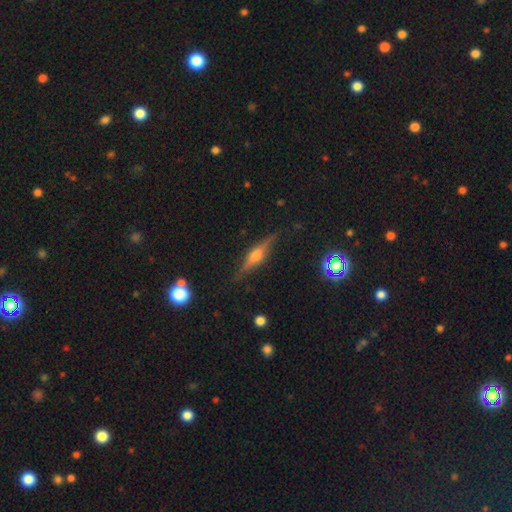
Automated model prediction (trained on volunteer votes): smooth-or-featured: featured or disk: 72% | smooth: 19% | star or artifact: 8%
  disk-edge-on: yes: 96% | no: 4%
    edge-on-bulge: rounded: 90% | boxy: 8% | none: 3%
  merging: none: 86% | minor disturbance: 11% | major disturbance: 2% | merger: 1%